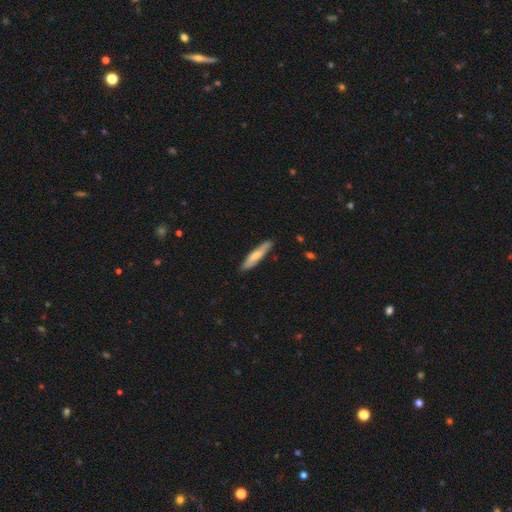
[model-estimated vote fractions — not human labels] Smooth or featured? smooth (65%)
How rounded? cigar-shaped (84%)
Merging? none (87%)